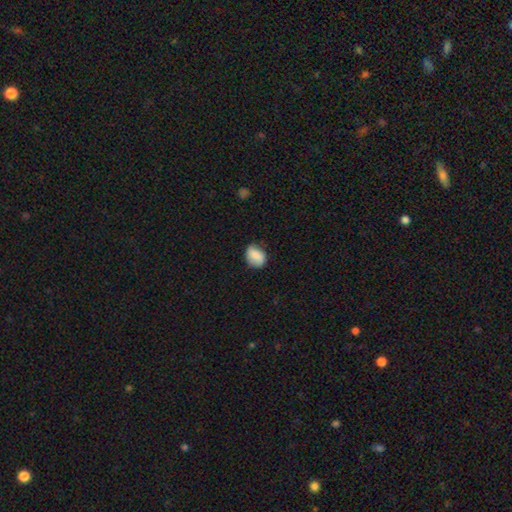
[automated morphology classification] The model was most divided on "how rounded": in between: 61%, round: 38%, cigar-shaped: 1%. More confident: smooth or featured — smooth (80%); merging — none (73%).